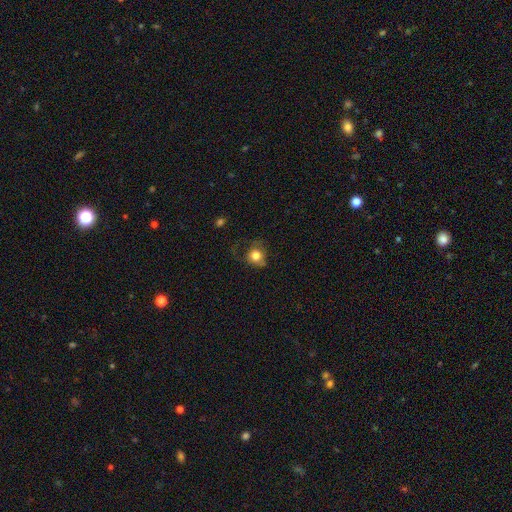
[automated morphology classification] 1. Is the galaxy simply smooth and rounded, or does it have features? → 76% smooth, 14% featured or disk, 10% star or artifact.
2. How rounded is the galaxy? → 78% round, 21% in between, 1% cigar-shaped.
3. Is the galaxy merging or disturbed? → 47% none, 26% minor disturbance, 24% major disturbance, 2% merger.